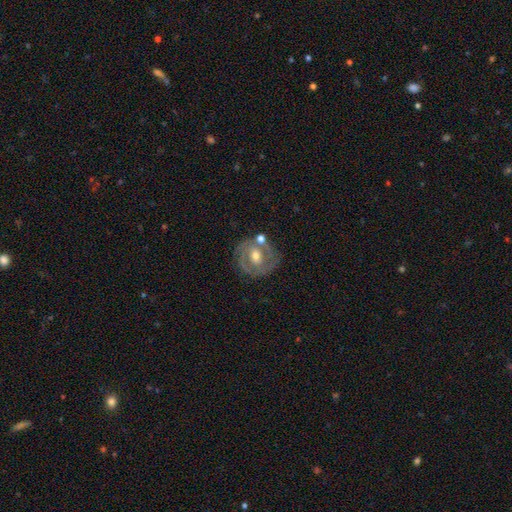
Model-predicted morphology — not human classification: A featured or disk galaxy (80%) with a weak bar (42%), 2 (68%) tight (62%) spiral arms (86%) and a moderate central bulge (65%). Merging: none (72%).